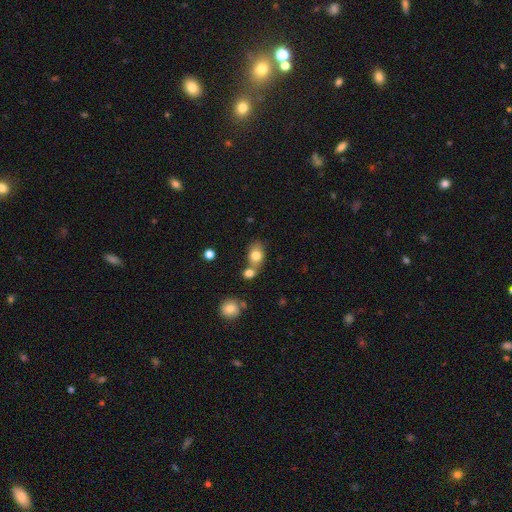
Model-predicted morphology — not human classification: smooth-or-featured: smooth: 80% | featured or disk: 11% | star or artifact: 9%
  how-rounded: in between: 66% | round: 32% | cigar-shaped: 2%
  merging: none: 50% | merger: 32% | minor disturbance: 13% | major disturbance: 5%